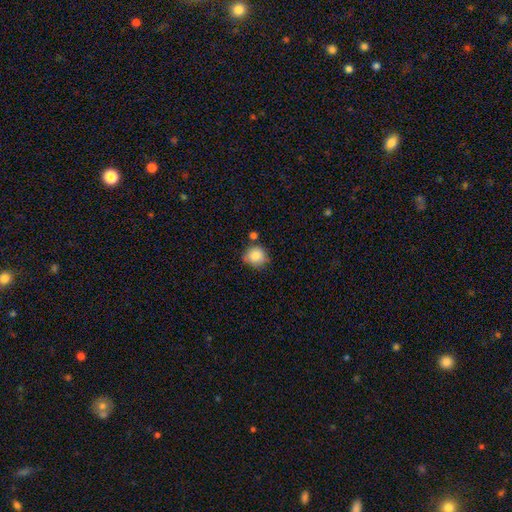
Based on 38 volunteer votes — A smooth galaxy with no disk features (89%) that is round (88%).

Vote fractions:
- Smooth or featured? smooth: 89% / featured or disk: 5% / star or artifact: 5%
- How rounded? round: 88% / in between: 12% / cigar-shaped: 0%
- Merging? none: 81% / minor disturbance: 14% / major disturbance: 3% / merger: 3%